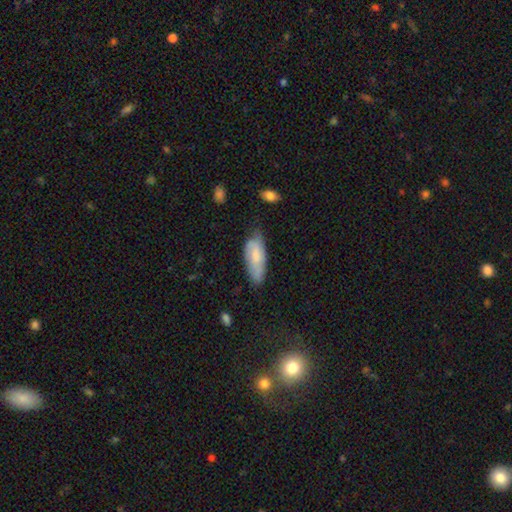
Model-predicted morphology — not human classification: type=smooth (69%); roundness=in between (74%); merging=none (55%).